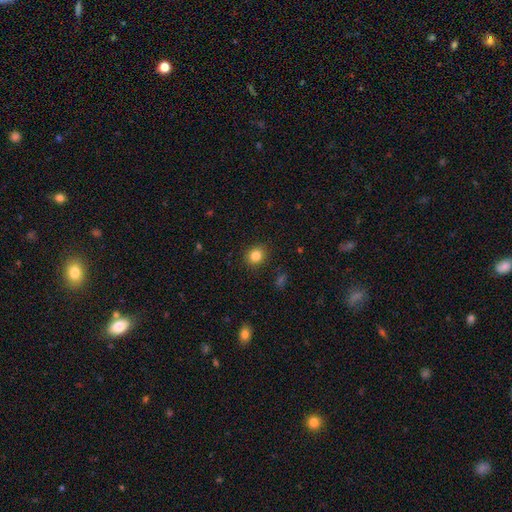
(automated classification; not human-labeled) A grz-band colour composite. It shows a smooth galaxy with no disk features (84%) that is round (77%). Merging: none (89%).